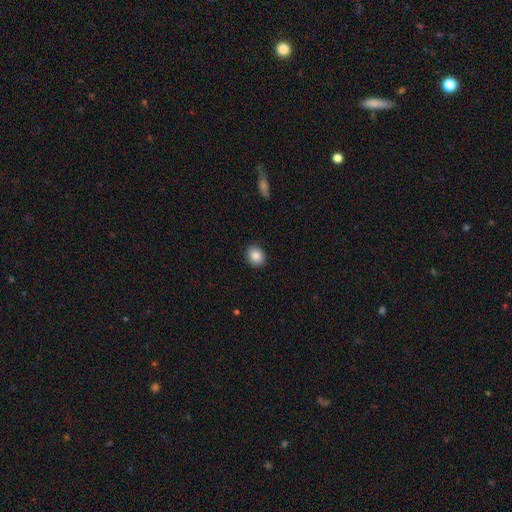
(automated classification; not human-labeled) smooth 86%, star or artifact 8%, featured or disk 5%. Down the decision tree: how rounded — round (65%); merging — none (90%).